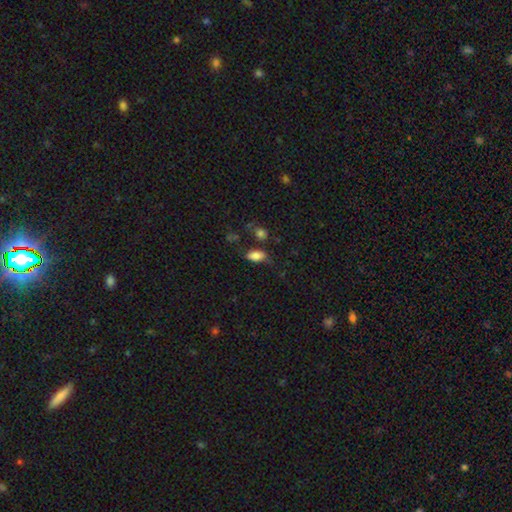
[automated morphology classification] Smooth or featured: smooth — 84% (star or artifact — 9%)
How rounded: in between — 91% (round — 5%)
Merging: none — 69% (minor disturbance — 20%)